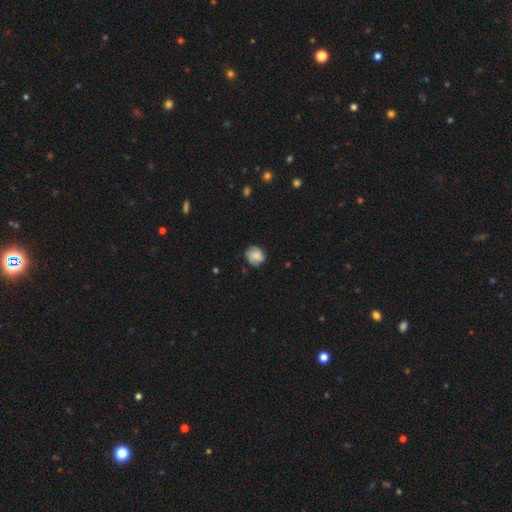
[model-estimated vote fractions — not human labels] Overall: smooth (72%). How rounded: round (83%). Merging: none (73%).